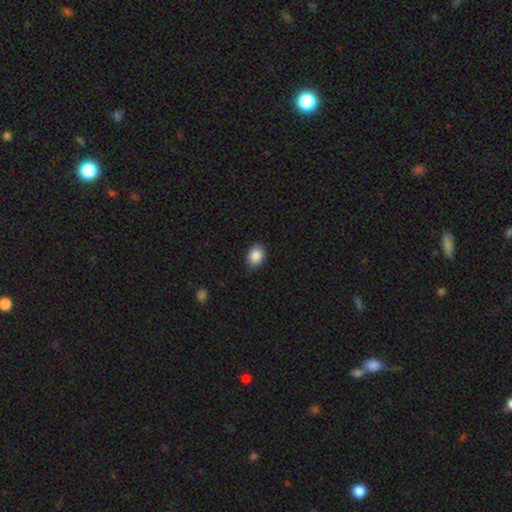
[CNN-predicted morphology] Smooth or featured? smooth (87%)
How rounded? in between (69%)
Merging? none (84%)